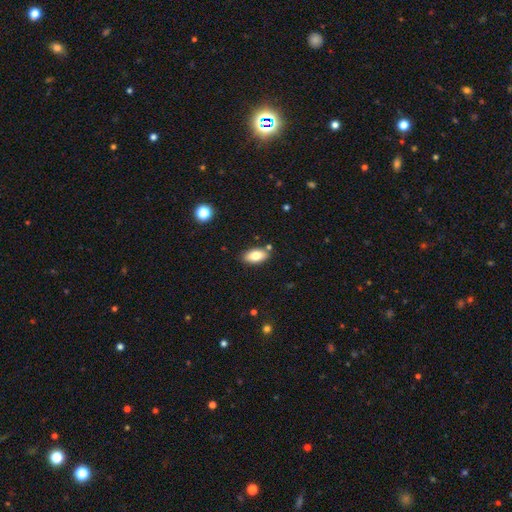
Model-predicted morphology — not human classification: A smooth galaxy with no disk features (79%) that is in between round and cigar-shaped (91%). Merging: none (83%).